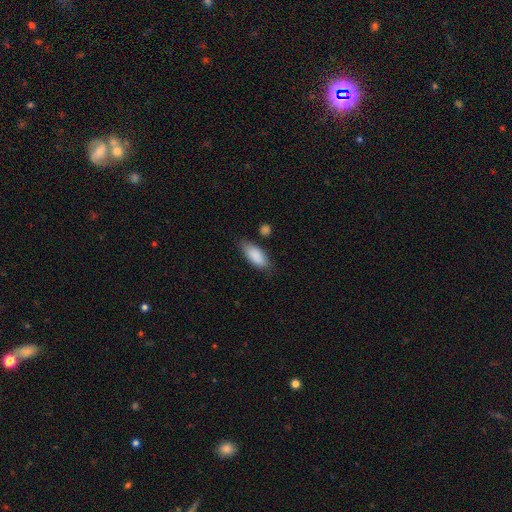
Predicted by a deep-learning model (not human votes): A smooth galaxy with no disk features (88%) that is in between round and cigar-shaped (84%).

Vote fractions:
- Smooth or featured? smooth: 88% / star or artifact: 6% / featured or disk: 6%
- How rounded? in between: 84% / cigar-shaped: 14% / round: 2%
- Merging? none: 75% / minor disturbance: 17% / major disturbance: 4% / merger: 4%